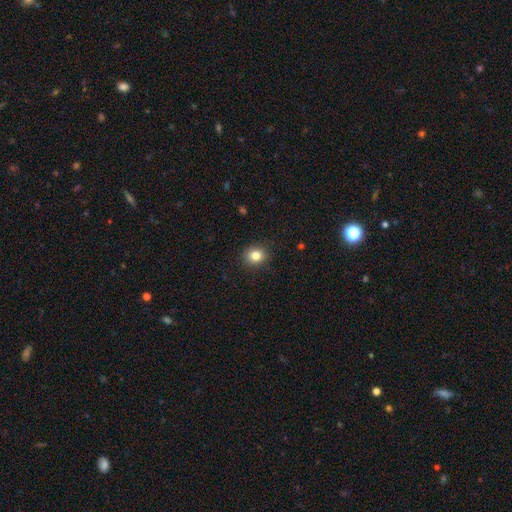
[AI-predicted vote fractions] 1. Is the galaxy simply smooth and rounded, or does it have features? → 82% smooth, 11% star or artifact, 6% featured or disk.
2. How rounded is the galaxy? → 75% round, 24% in between, 1% cigar-shaped.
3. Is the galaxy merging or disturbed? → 90% none, 7% minor disturbance, 2% major disturbance, 1% merger.